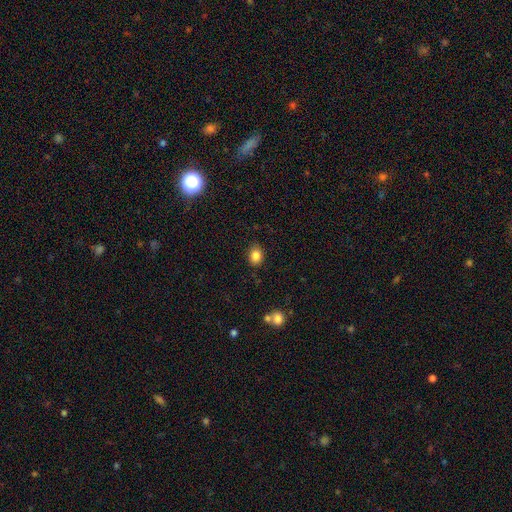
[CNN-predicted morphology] The model was most divided on "how rounded": in between: 53%, round: 46%, cigar-shaped: 1%. More confident: merging — none (85%); smooth or featured — smooth (84%).